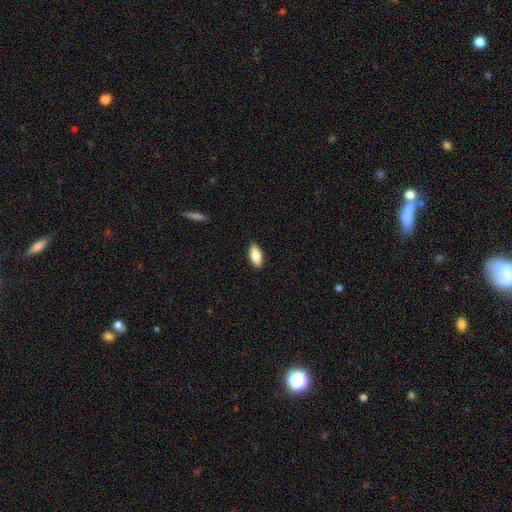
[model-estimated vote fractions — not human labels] Q: Smooth or featured?
A: smooth (82%); runner-up: featured or disk (12%)
Q: How rounded?
A: in between (86%); runner-up: cigar-shaped (12%)
Q: Merging?
A: none (90%); runner-up: minor disturbance (8%)